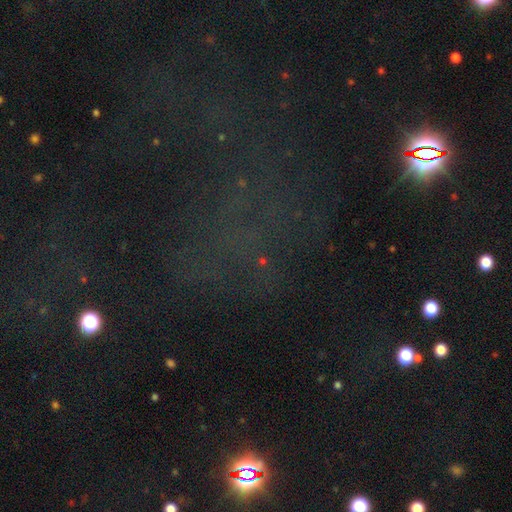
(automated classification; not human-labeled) smooth-or-featured: star or artifact: 60% | smooth: 22% | featured or disk: 18%